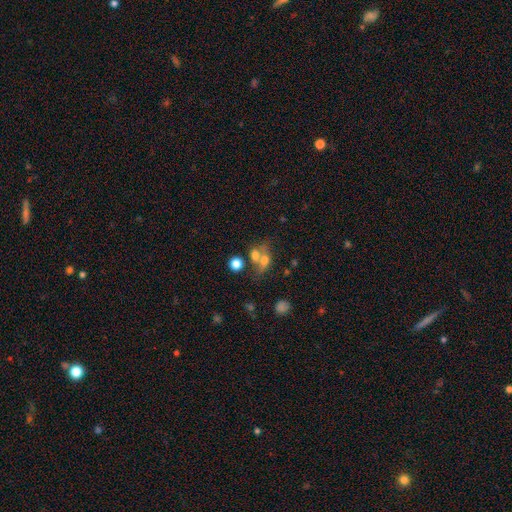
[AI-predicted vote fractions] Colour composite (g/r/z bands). It shows a smooth galaxy with no disk features (63%) that is in between round and cigar-shaped (52%). Merging: merger (52%).